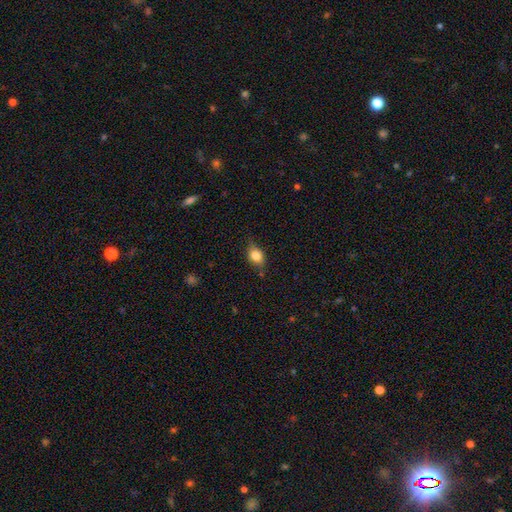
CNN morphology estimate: The model was most divided on "how rounded": in between: 61%, round: 36%, cigar-shaped: 3%. More confident: smooth or featured — smooth (75%); merging — none (67%).